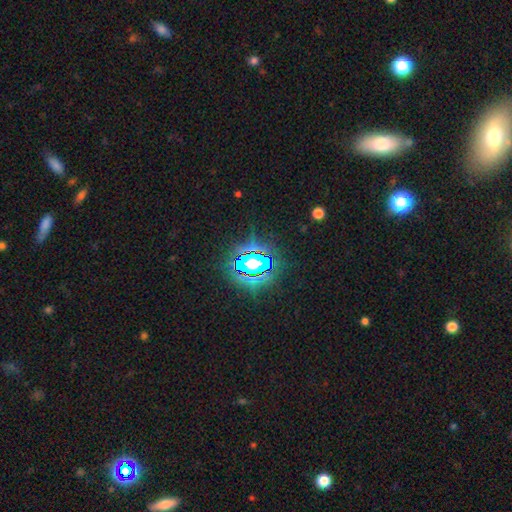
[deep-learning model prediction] Smooth or featured? star or artifact (80%)